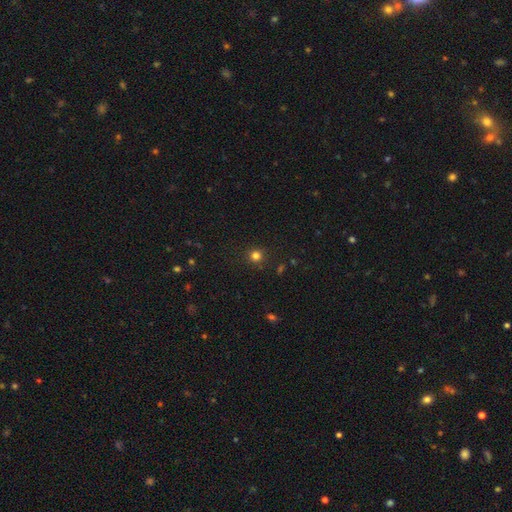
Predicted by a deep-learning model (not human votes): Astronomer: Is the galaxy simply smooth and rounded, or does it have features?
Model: smooth — 78%.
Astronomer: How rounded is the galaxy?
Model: round — 92%.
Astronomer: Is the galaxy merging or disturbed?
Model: none — 89%.